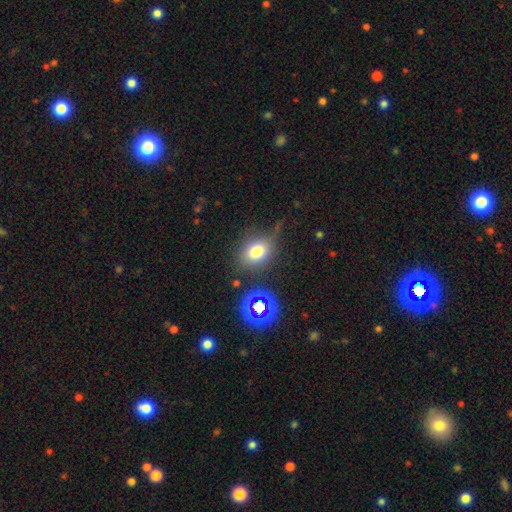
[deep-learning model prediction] smooth-or-featured: smooth: 56% | star or artifact: 32% | featured or disk: 12%
  how-rounded: round: 61% | in between: 37% | cigar-shaped: 3%
  merging: none: 73% | minor disturbance: 11% | merger: 10% | major disturbance: 6%